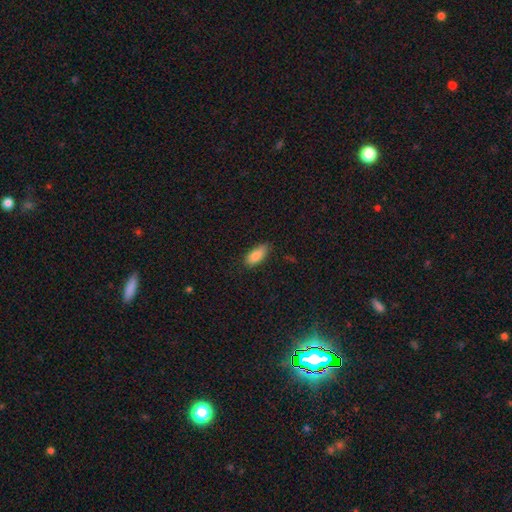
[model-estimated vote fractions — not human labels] Smooth or featured? smooth (86%)
How rounded? in between (86%)
Merging? none (76%)